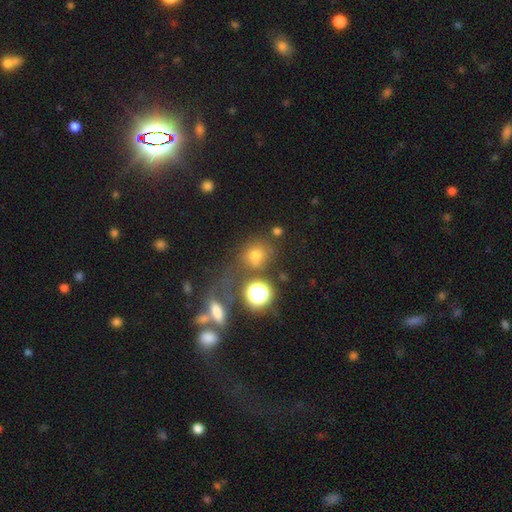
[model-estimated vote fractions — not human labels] A smooth galaxy with no disk features (67%) that is round (72%).

Vote fractions:
- Smooth or featured? smooth: 67% / star or artifact: 23% / featured or disk: 11%
- How rounded? round: 72% / in between: 26% / cigar-shaped: 2%
- Merging? none: 60% / merger: 16% / minor disturbance: 14% / major disturbance: 10%